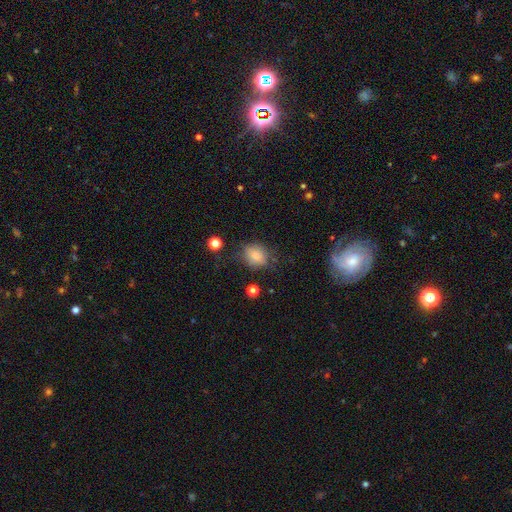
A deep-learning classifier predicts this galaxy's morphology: A smooth galaxy with no disk features (81%) that is round (56%).

Vote fractions:
- Smooth or featured? smooth: 81% / star or artifact: 11% / featured or disk: 8%
- How rounded? round: 56% / in between: 43% / cigar-shaped: 1%
- Merging? none: 66% / minor disturbance: 22% / major disturbance: 9% / merger: 3%